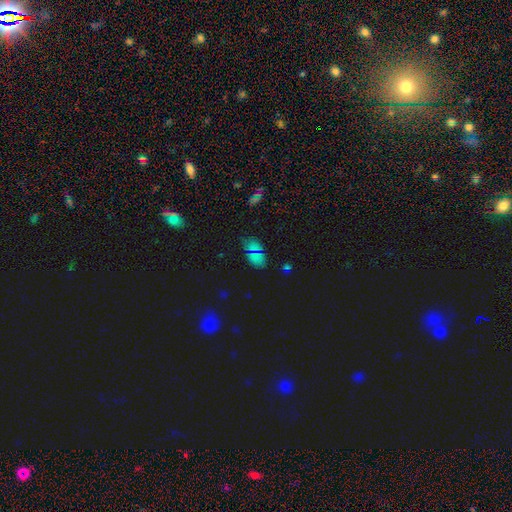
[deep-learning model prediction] This is likely a smooth galaxy (63%). How rounded: clearly in between (90%). Merging: likely none (78%).